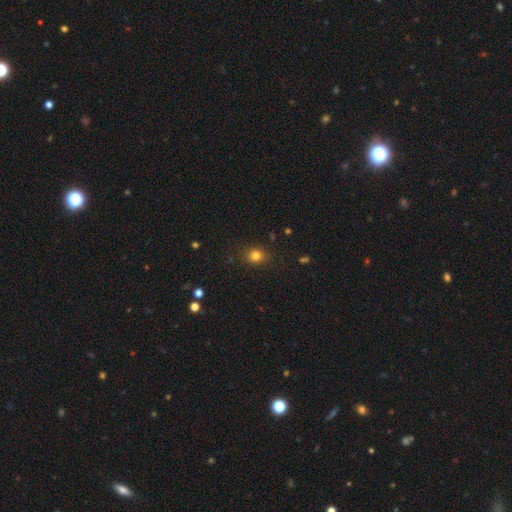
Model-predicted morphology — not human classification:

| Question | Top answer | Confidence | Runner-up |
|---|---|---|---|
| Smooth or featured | smooth | 80% | star or artifact (14%) |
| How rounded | round | 75% | in between (24%) |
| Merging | none | 87% | minor disturbance (9%) |